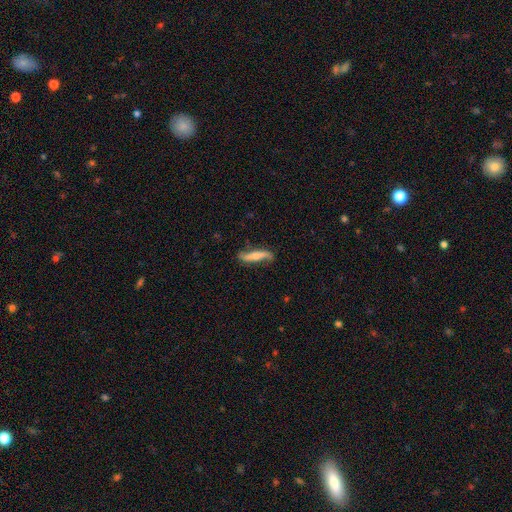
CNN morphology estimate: Q: Smooth or featured?
A: featured or disk (57%); runner-up: smooth (37%)
Q: Edge-on disk?
A: yes (53%); runner-up: no (47%)
Q: Merging?
A: none (72%); runner-up: minor disturbance (20%)